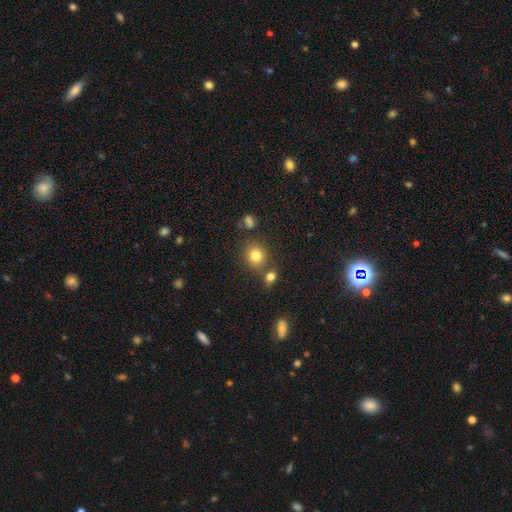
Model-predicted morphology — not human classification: type=smooth (80%); roundness=round (84%); merging=none (72%).